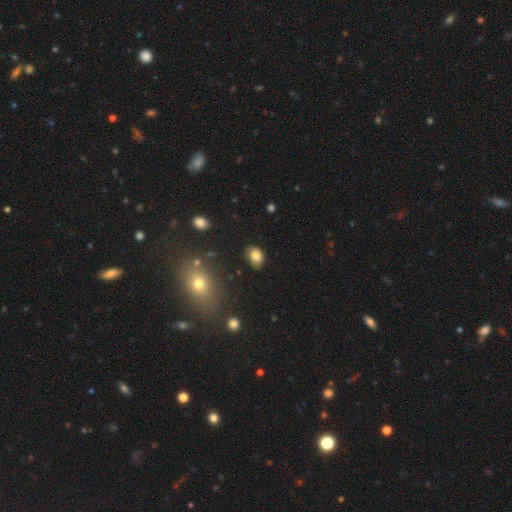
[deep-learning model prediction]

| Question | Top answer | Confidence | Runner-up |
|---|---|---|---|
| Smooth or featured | smooth | 82% | star or artifact (10%) |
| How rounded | in between | 71% | round (27%) |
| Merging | none | 78% | minor disturbance (16%) |